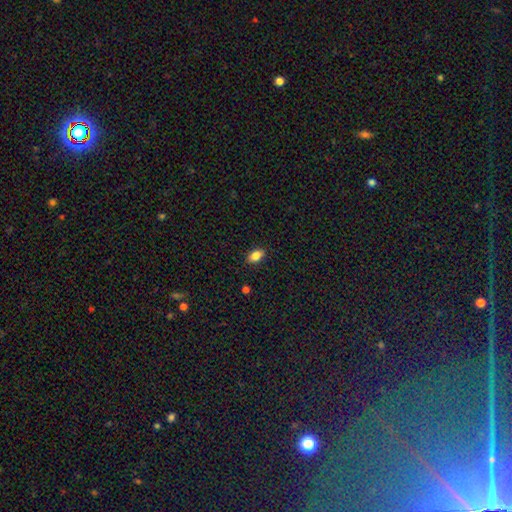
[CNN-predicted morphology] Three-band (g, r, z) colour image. It shows a smooth galaxy with no disk features (85%) that is in between round and cigar-shaped (89%). Merging: none (89%).